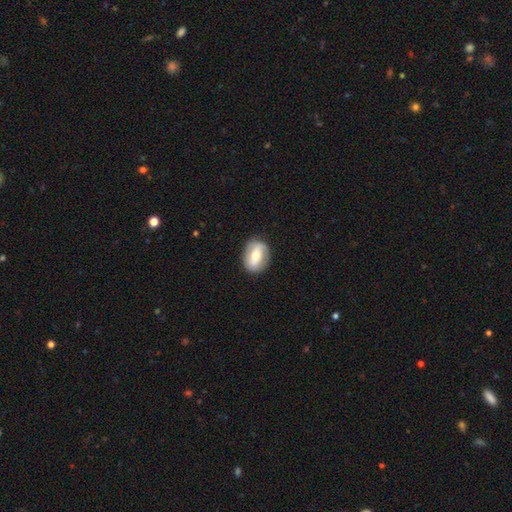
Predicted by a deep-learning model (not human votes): Smooth or featured? featured or disk (54%)
Edge-on disk? no (90%)
Merging? none (83%)